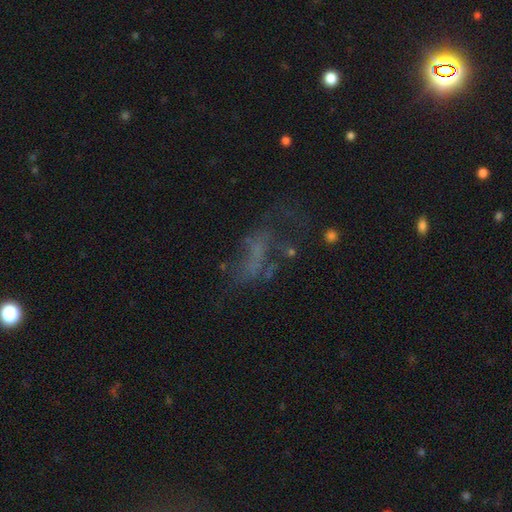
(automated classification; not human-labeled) Smooth or featured? Predicted: featured or disk (p=0.44). Merging? Predicted: major disturbance (p=0.41).